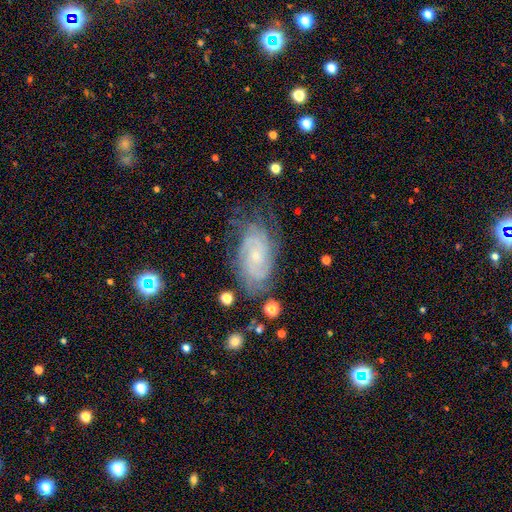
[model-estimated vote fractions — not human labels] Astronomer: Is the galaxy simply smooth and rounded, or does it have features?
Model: featured or disk — 83%.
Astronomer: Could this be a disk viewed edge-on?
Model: no — 96%.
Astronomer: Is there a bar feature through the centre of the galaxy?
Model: no — 73%.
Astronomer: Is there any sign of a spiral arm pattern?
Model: yes — 96%.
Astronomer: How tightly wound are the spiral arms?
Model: tight — 71%.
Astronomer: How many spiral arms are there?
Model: can't tell — 34% (runner-up: 2, 27%).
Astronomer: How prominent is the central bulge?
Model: small — 75%.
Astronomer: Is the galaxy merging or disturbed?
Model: none — 68%.